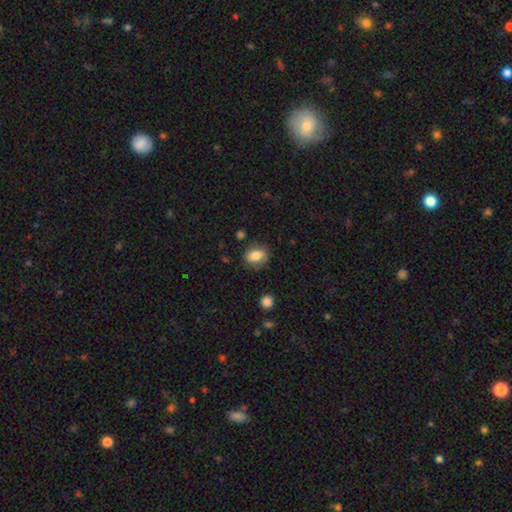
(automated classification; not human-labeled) Smooth or featured? smooth (81%)
How rounded? in between (67%)
Merging? none (78%)